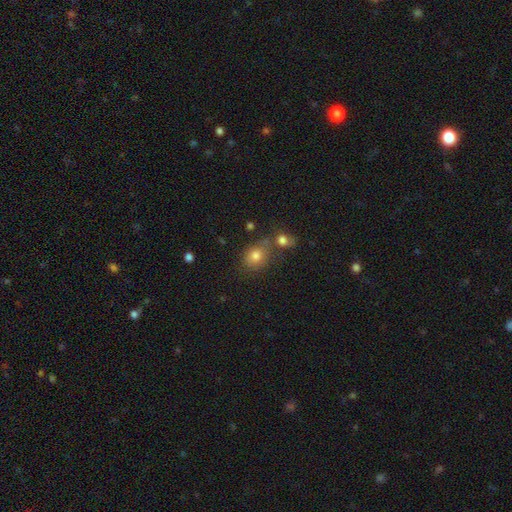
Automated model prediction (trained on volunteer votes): Smooth or featured? smooth (77%)
How rounded? round (59%)
Merging? none (60%)